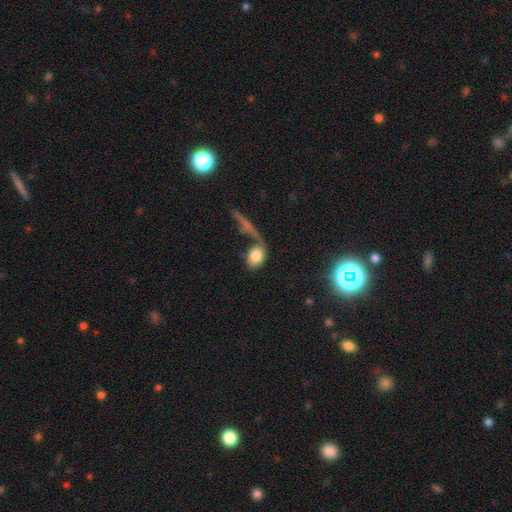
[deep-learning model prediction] smooth 78%, featured or disk 14%, star or artifact 8%. Down the decision tree: how rounded — in between (73%); merging — none (46%).